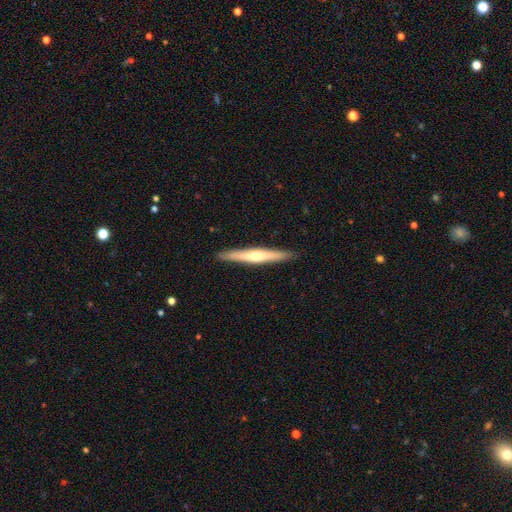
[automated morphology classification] type=featured or disk (59%); edge-on=yes (97%); edge-on bulge=rounded (75%); merging=none (91%).